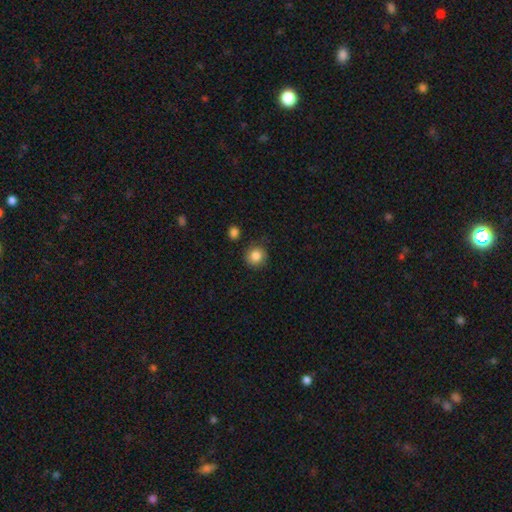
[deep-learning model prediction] smooth-or-featured: smooth: 85% | star or artifact: 9% | featured or disk: 5%
  how-rounded: round: 91% | in between: 8% | cigar-shaped: 1%
  merging: none: 85% | minor disturbance: 10% | merger: 3% | major disturbance: 2%